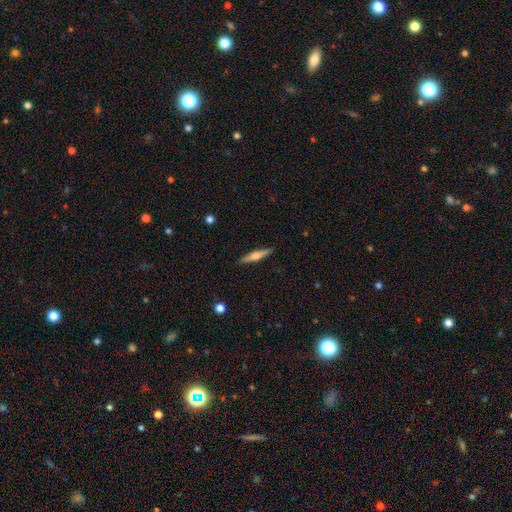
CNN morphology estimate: Smooth or featured? featured or disk (57%)
Edge-on disk? yes (97%)
Edge-on bulge? rounded (89%)
Merging? none (91%)